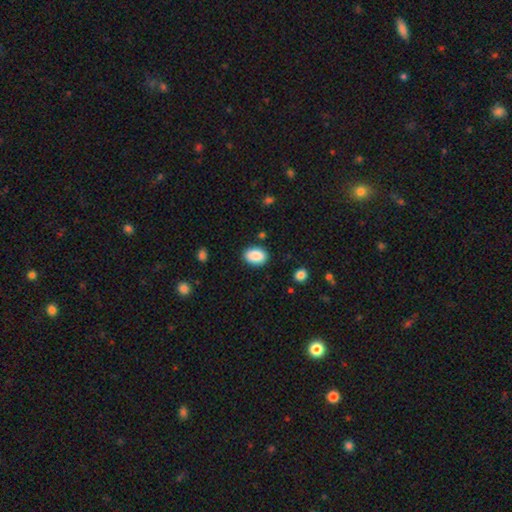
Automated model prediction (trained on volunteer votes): Smooth or featured? smooth (89%)
How rounded? in between (82%)
Merging? none (87%)